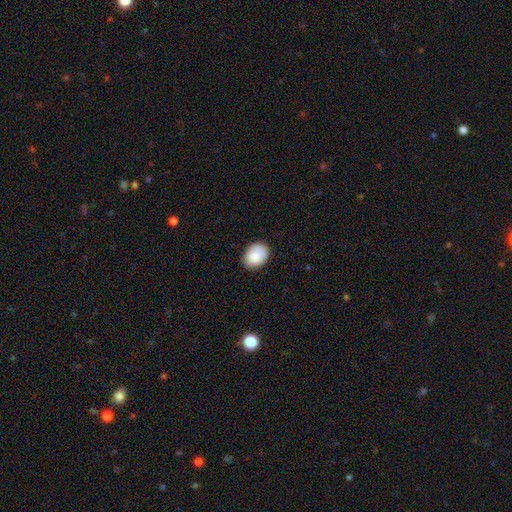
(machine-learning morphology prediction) A smooth galaxy with no disk features (88%) that is in between round and cigar-shaped (62%). Merging: none (83%).